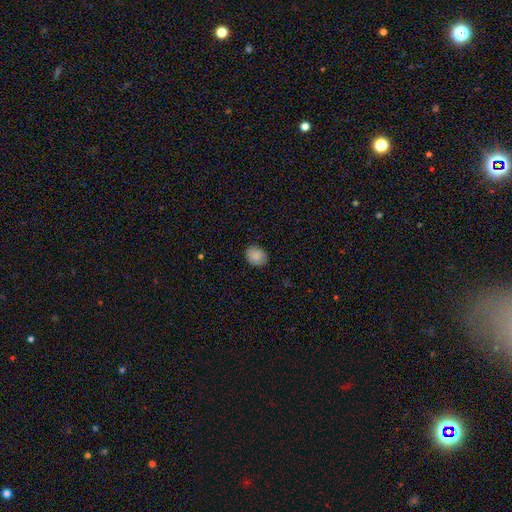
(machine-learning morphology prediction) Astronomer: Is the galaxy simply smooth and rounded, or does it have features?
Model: smooth — 88%.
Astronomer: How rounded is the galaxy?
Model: round — 52% (runner-up: in between, 47%).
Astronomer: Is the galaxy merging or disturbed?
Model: none — 86%.